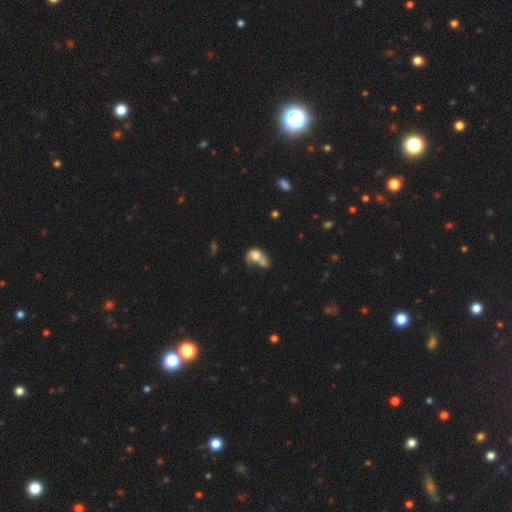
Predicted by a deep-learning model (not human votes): Smooth or featured? Predicted: smooth (p=0.60). How rounded? Predicted: in between (p=0.73). Merging? Predicted: merger (p=0.39).